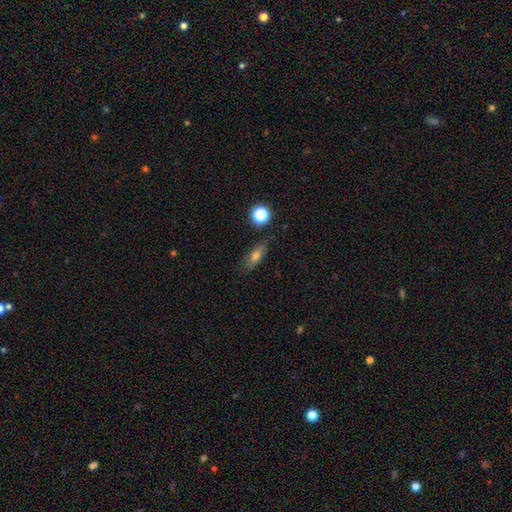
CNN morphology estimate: Q: Smooth or featured?
A: smooth (64%); runner-up: featured or disk (23%)
Q: How rounded?
A: in between (66%); runner-up: cigar-shaped (25%)
Q: Merging?
A: none (78%); runner-up: minor disturbance (15%)